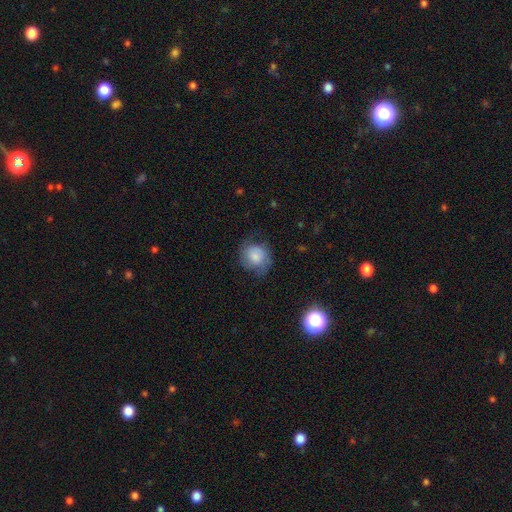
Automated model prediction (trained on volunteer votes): Q: Smooth or featured?
A: smooth (70%); runner-up: featured or disk (22%)
Q: How rounded?
A: round (81%); runner-up: in between (18%)
Q: Merging?
A: none (62%); runner-up: minor disturbance (25%)